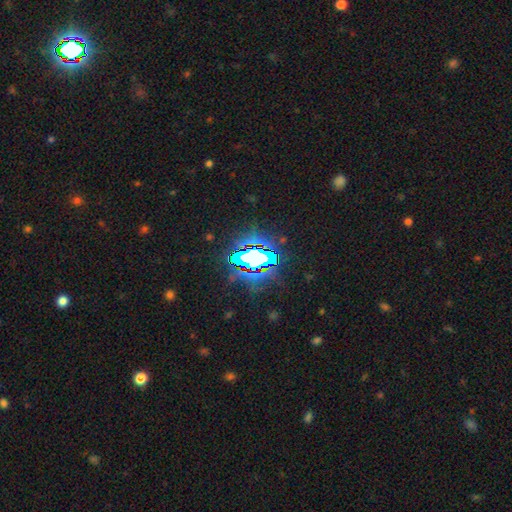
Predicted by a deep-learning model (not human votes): Morphology: type=star or artifact (69%).